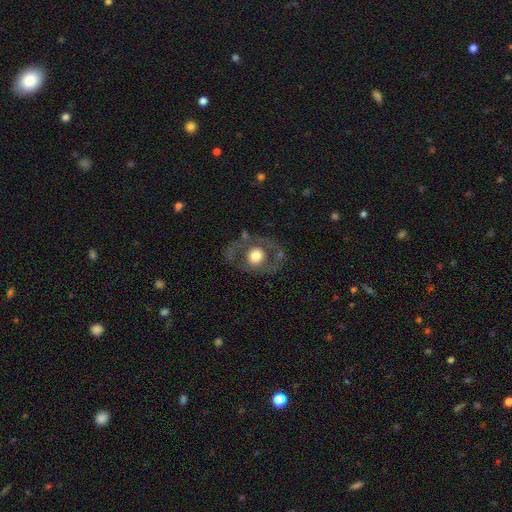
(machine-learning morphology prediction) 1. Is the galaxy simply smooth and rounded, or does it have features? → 49% featured or disk, 44% smooth, 7% star or artifact.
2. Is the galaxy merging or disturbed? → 69% none, 15% minor disturbance, 13% major disturbance, 3% merger.